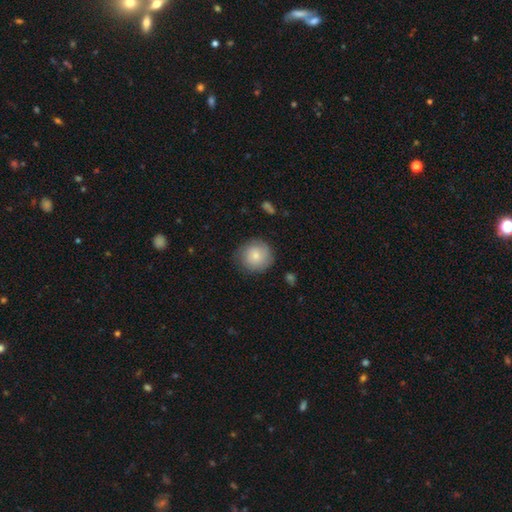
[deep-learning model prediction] Morphology: type=smooth (75%); roundness=round (93%); merging=none (81%).